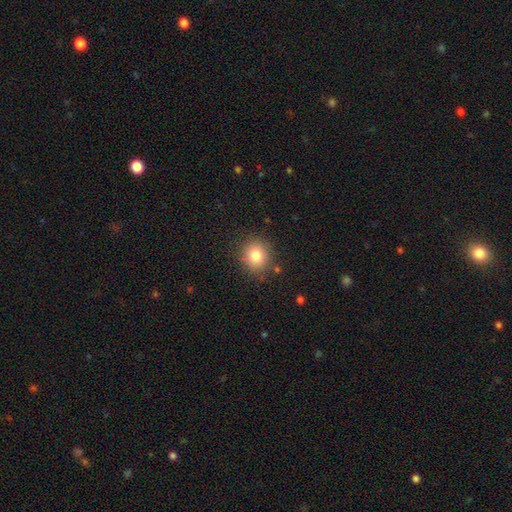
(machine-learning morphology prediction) Smooth or featured? Predicted: smooth (p=0.81). How rounded? Predicted: round (p=0.79). Merging? Predicted: none (p=0.85).